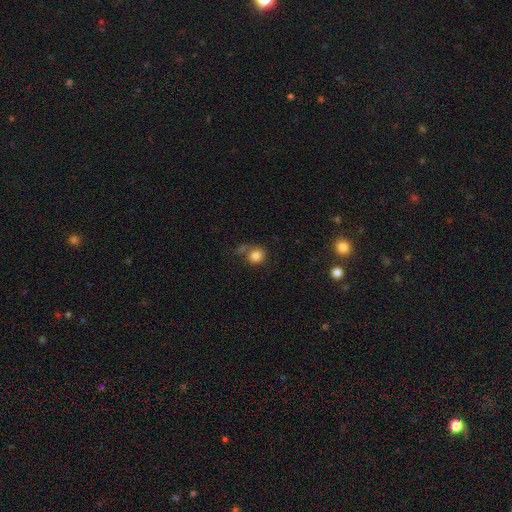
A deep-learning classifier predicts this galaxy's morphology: smooth-or-featured: smooth: 82% | star or artifact: 10% | featured or disk: 8%
  how-rounded: round: 85% | in between: 14% | cigar-shaped: 1%
  merging: none: 52% | merger: 17% | minor disturbance: 17% | major disturbance: 13%